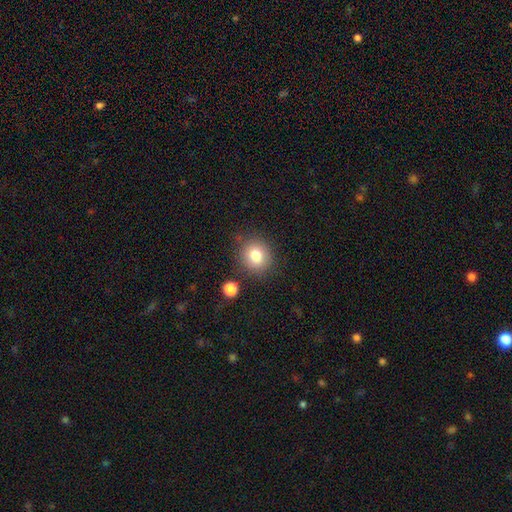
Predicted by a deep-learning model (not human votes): smooth-or-featured: smooth: 81% | star or artifact: 10% | featured or disk: 9%
  how-rounded: round: 81% | in between: 18% | cigar-shaped: 1%
  merging: none: 81% | minor disturbance: 11% | merger: 5% | major disturbance: 3%